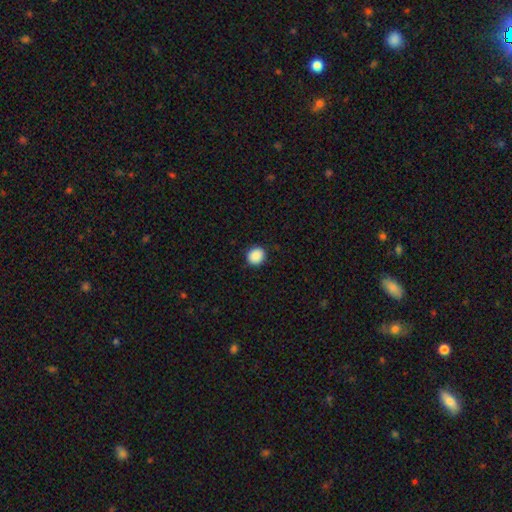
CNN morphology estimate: smooth_or_featured: smooth (p=0.89) [alt: star or artifact p=0.09]
how_rounded: round (p=0.85) [alt: in between p=0.14]
merging: none (p=0.91) [alt: minor disturbance p=0.06]